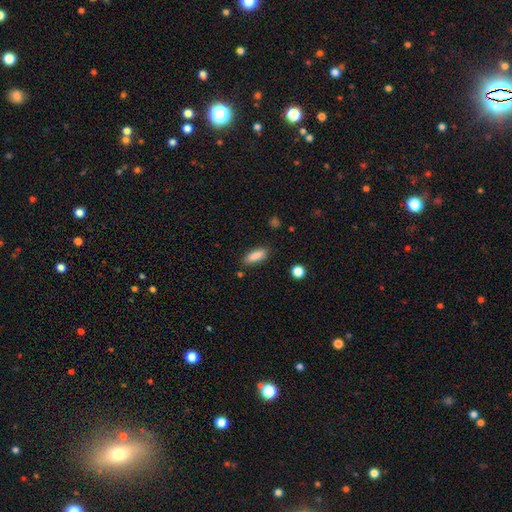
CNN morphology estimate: This appears to be a smooth galaxy with no disk features (86%) that is in between round and cigar-shaped (66%). Merging: none (84%).